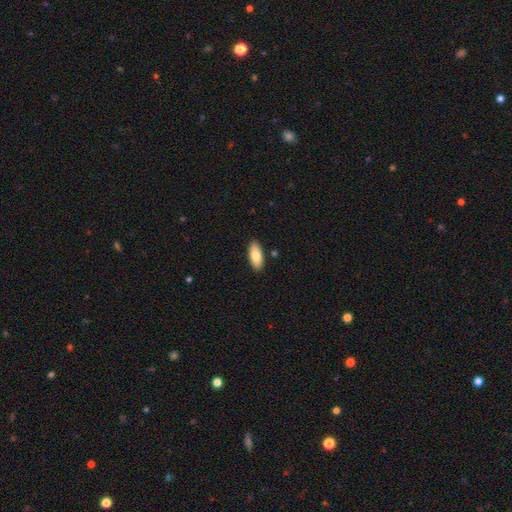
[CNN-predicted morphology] Smooth or featured?
  - smooth: 81% *
  - featured or disk: 13%
  - star or artifact: 6%
How rounded?
  - in between: 82% *
  - cigar-shaped: 16%
  - round: 2%
Merging?
  - none: 88% *
  - minor disturbance: 8%
  - merger: 2%
  - major disturbance: 2%